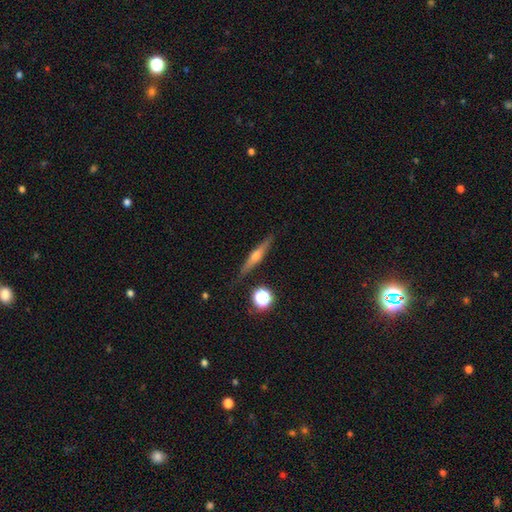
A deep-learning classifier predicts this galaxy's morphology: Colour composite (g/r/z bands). It shows a featured or disk galaxy (65%) viewed edge-on (96%) with a rounded central bulge (88%). Merging: none (87%).